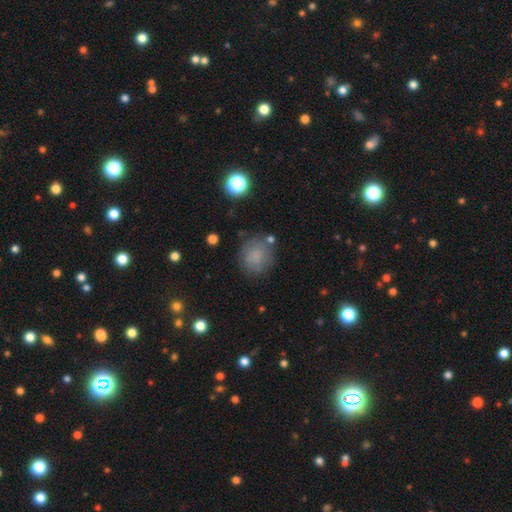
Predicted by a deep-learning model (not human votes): smooth 77%, star or artifact 12%, featured or disk 11%. Down the decision tree: how rounded — round (83%); merging — none (74%).